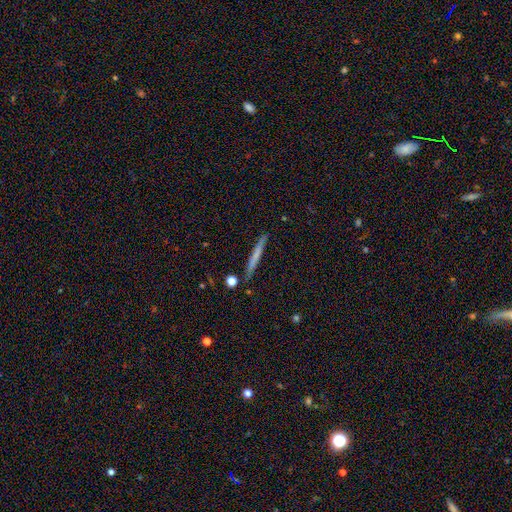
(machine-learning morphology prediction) Smooth or featured?
  - smooth: 59% *
  - featured or disk: 35%
  - star or artifact: 6%
How rounded?
  - cigar-shaped: 97% *
  - in between: 2%
  - round: 1%
Merging?
  - none: 89% *
  - minor disturbance: 7%
  - merger: 2%
  - major disturbance: 2%